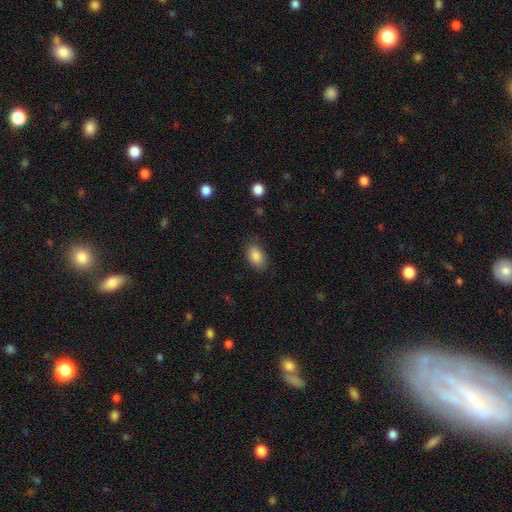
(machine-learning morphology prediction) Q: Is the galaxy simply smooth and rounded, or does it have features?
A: smooth — 86%.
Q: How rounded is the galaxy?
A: in between — 90%.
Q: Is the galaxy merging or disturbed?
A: none — 80%.